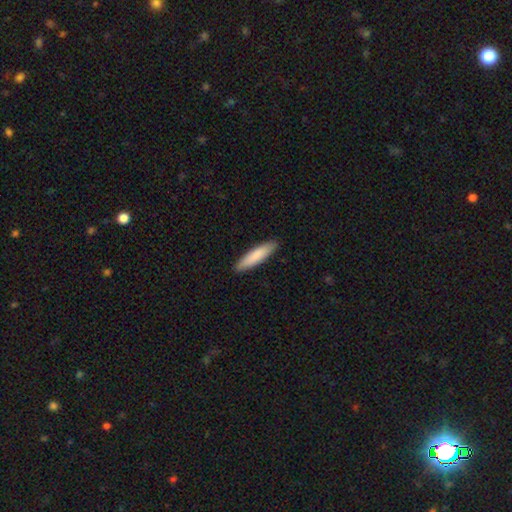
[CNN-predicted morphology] Q: Smooth or featured?
A: smooth (84%); runner-up: featured or disk (11%)
Q: How rounded?
A: cigar-shaped (79%); runner-up: in between (20%)
Q: Merging?
A: none (90%); runner-up: minor disturbance (8%)